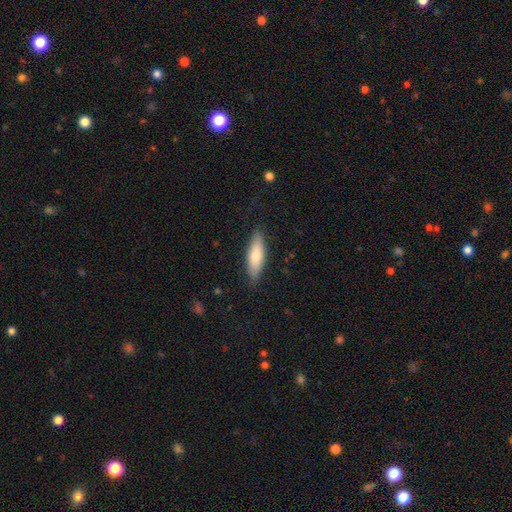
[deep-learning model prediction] A smooth galaxy with no disk features (73%) that is in between round and cigar-shaped (50%). Merging: none (85%).